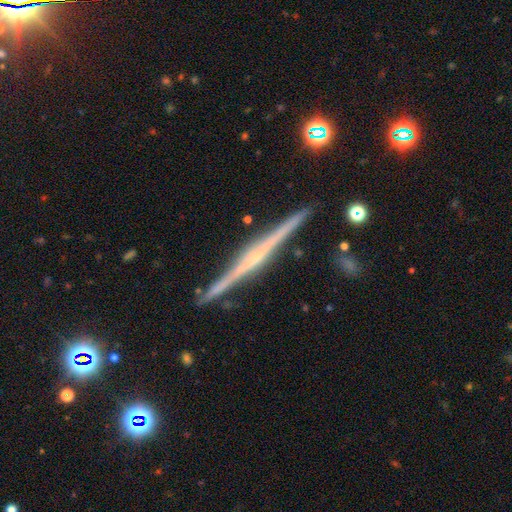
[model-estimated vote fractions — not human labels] Morphology: type=featured or disk (84%); edge-on=yes (98%); edge-on bulge=rounded (54%); merging=none (90%).